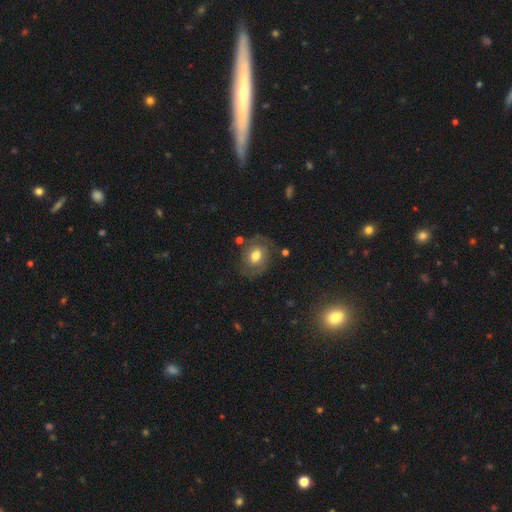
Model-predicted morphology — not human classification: Smooth or featured: smooth — 53% (featured or disk — 37%)
How rounded: round — 51% (in between — 48%)
Merging: none — 72% (minor disturbance — 17%)